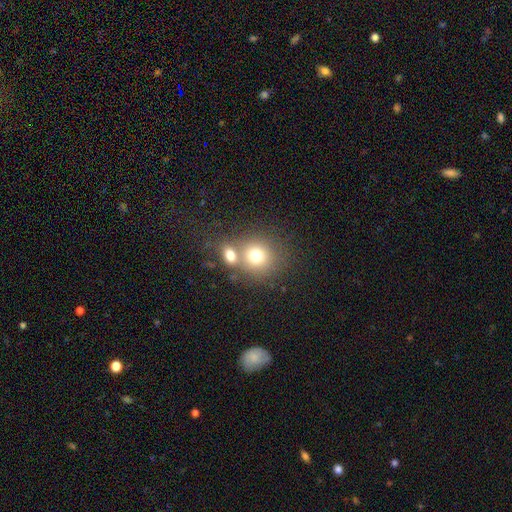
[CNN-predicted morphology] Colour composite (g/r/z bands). It shows a smooth galaxy with no disk features (74%) that is round (81%). Merging: none (44%, tied with merger).